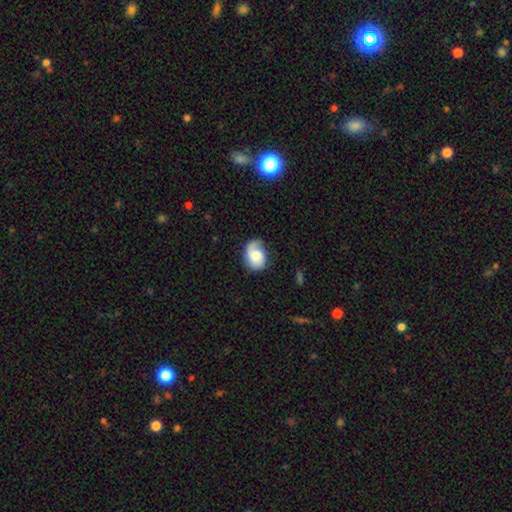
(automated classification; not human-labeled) Smooth or featured? Predicted: featured or disk (p=0.51). Edge-on disk? Predicted: no (p=0.97). Merging? Predicted: none (p=0.58).